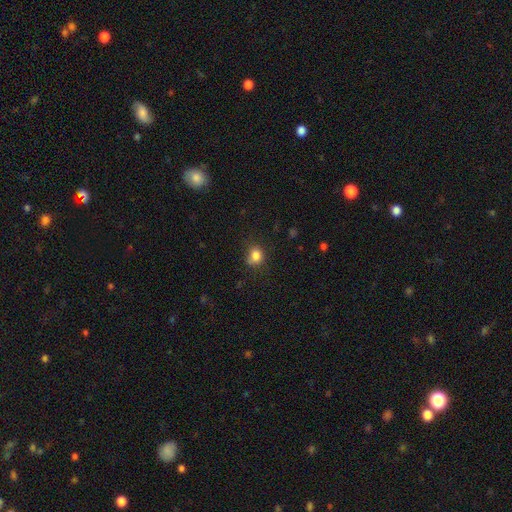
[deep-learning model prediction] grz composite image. It shows a smooth galaxy with no disk features (82%) that is round (66%). Merging: none (65%).